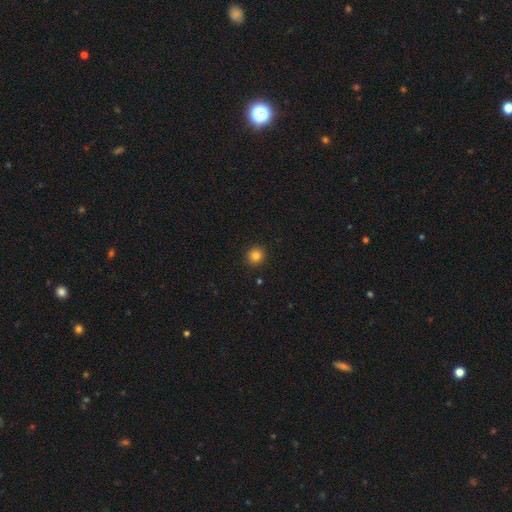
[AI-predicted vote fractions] Smooth or featured? Predicted: smooth (p=0.82). How rounded? Predicted: round (p=0.92). Merging? Predicted: none (p=0.92).